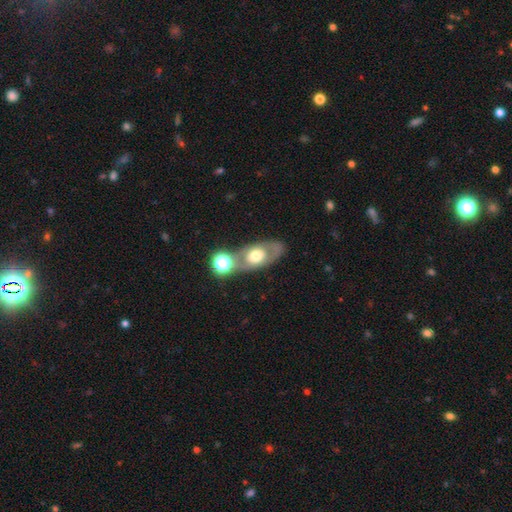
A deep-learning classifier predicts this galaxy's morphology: This appears to be a featured or disk galaxy (52%). Merging: none (57%).